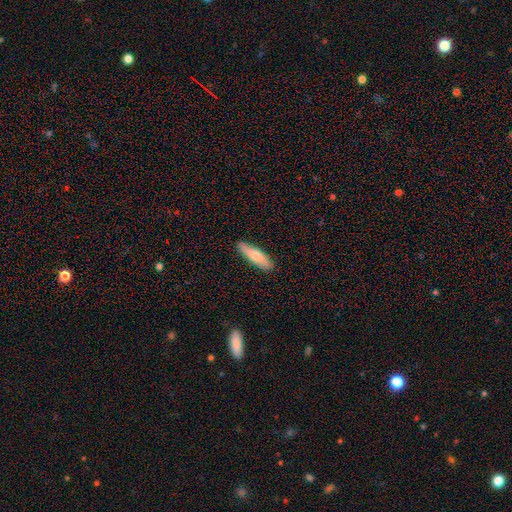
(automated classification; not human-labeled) Smooth or featured? smooth (72%)
How rounded? cigar-shaped (58%)
Merging? none (85%)